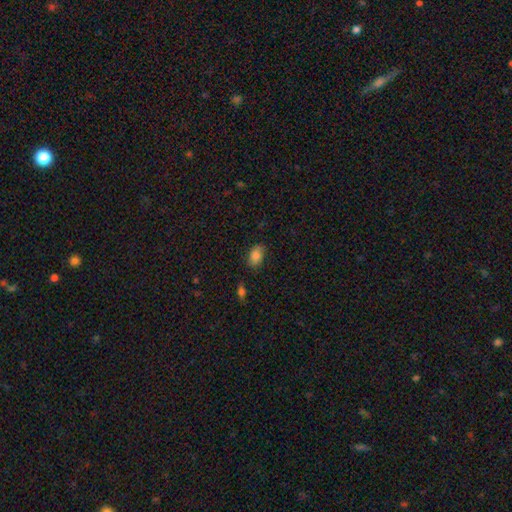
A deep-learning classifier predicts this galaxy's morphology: A smooth galaxy with no disk features (83%) that is in between round and cigar-shaped (87%). Merging: none (79%).